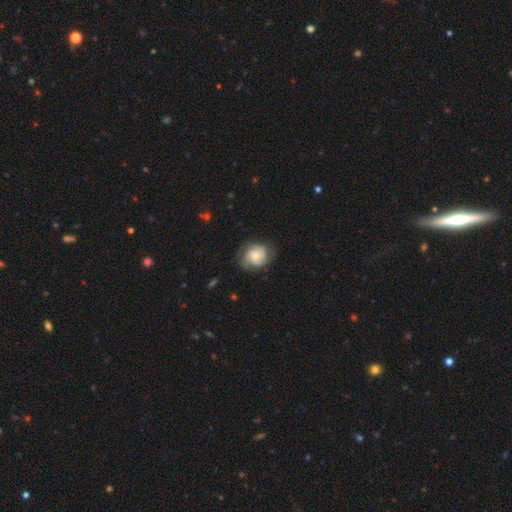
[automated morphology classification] The model was most divided on "spiral winding": tight: 47%, medium: 40%, loose: 13%. Remaining: edge-on disk — no (98%); spiral arms — yes (90%); bar — no (69%); merging — none (68%); smooth or featured — featured or disk (64%); bulge size — moderate (50%); spiral arm count — 2 (43%).